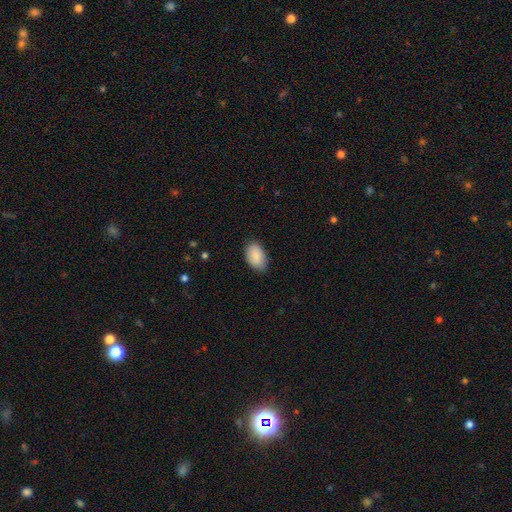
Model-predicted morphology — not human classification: A smooth galaxy with no disk features (89%) that is in between round and cigar-shaped (92%).

Vote fractions:
- Smooth or featured? smooth: 89% / star or artifact: 6% / featured or disk: 5%
- How rounded? in between: 92% / round: 6% / cigar-shaped: 1%
- Merging? none: 81% / minor disturbance: 16% / major disturbance: 3% / merger: 1%